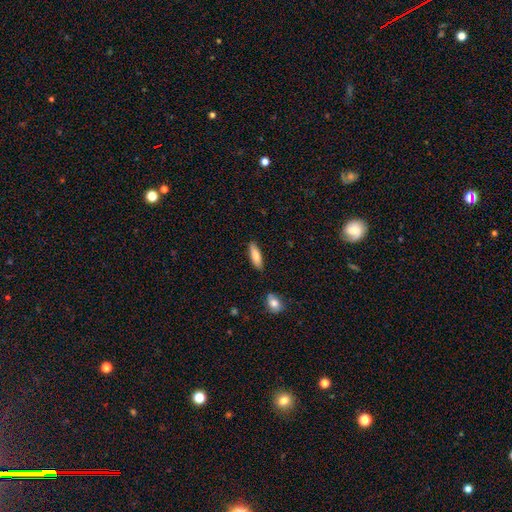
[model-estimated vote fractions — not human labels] Q: Smooth or featured?
A: smooth (81%); runner-up: featured or disk (13%)
Q: How rounded?
A: in between (50%); runner-up: cigar-shaped (48%)
Q: Merging?
A: none (83%); runner-up: minor disturbance (12%)